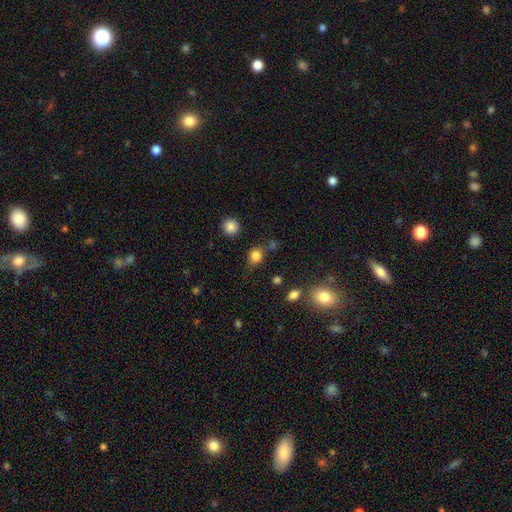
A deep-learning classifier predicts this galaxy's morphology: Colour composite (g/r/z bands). It shows a smooth galaxy with no disk features (81%) that is round (76%). Merging: none (68%).